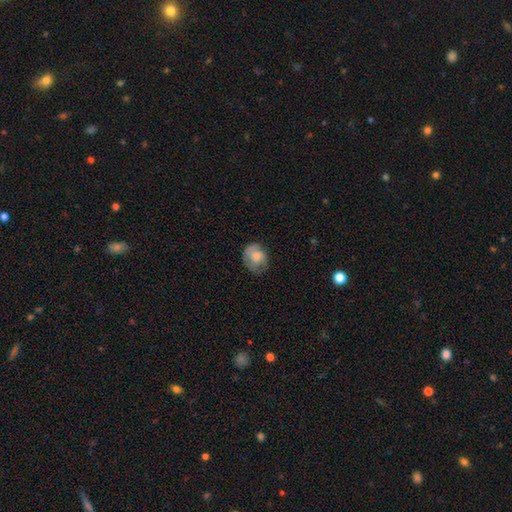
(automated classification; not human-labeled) The model was most divided on "how rounded": round: 56%, in between: 43%, cigar-shaped: 1%. More confident: smooth or featured — smooth (66%); merging — none (57%).